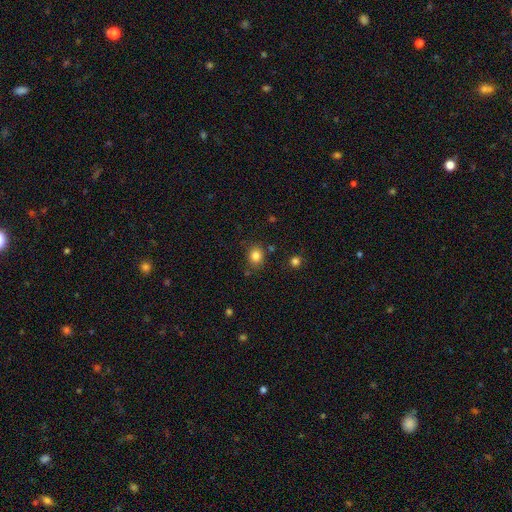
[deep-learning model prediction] A smooth galaxy with no disk features (83%) that is round (67%).

Vote fractions:
- Smooth or featured? smooth: 83% / star or artifact: 11% / featured or disk: 6%
- How rounded? round: 67% / in between: 32% / cigar-shaped: 1%
- Merging? none: 80% / minor disturbance: 12% / merger: 5% / major disturbance: 3%